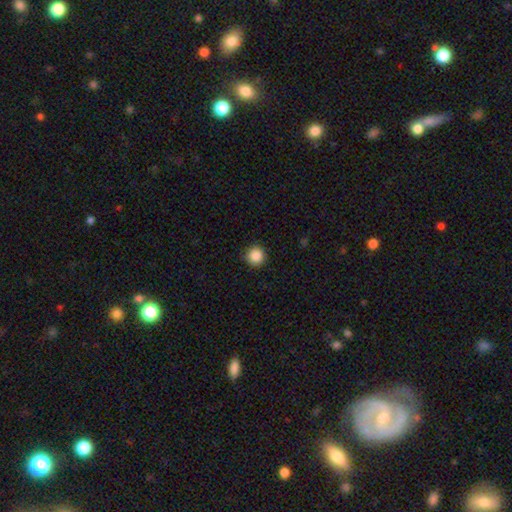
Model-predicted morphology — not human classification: Q: Smooth or featured?
A: smooth (87%); runner-up: star or artifact (10%)
Q: How rounded?
A: round (95%); runner-up: in between (4%)
Q: Merging?
A: none (91%); runner-up: minor disturbance (6%)